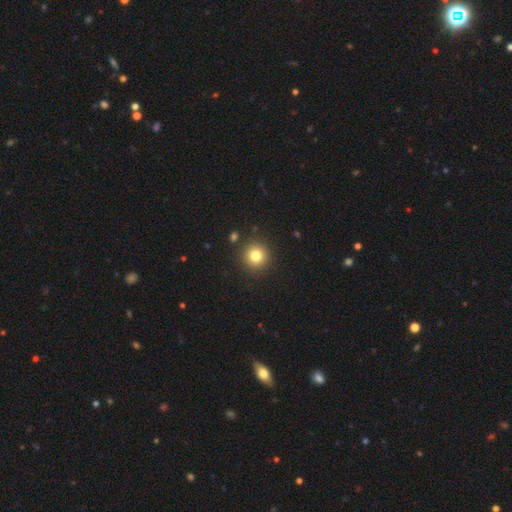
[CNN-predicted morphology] The model was most divided on "smooth or featured": smooth: 81%, star or artifact: 12%, featured or disk: 7%. More confident: how rounded — round (95%); merging — none (90%).